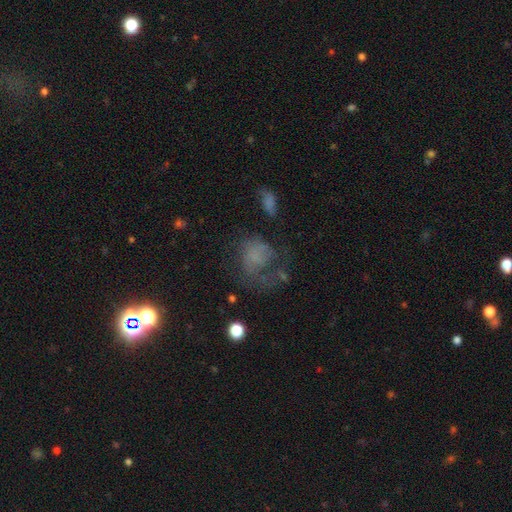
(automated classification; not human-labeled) This appears to be a smooth galaxy with no disk features (46%). Merging: major disturbance (42%).